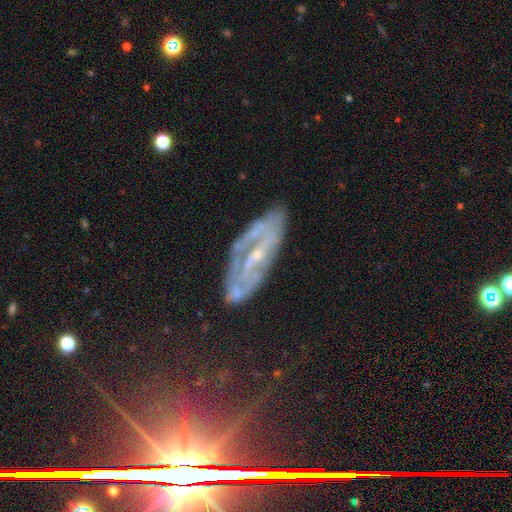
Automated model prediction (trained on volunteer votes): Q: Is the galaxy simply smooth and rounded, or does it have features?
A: featured or disk — 77%.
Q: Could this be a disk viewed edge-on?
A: no — 84%.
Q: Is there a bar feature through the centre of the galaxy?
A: weak — 41%.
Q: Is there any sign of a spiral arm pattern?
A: yes — 78%.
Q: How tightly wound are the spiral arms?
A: tight — 46%.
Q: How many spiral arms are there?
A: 2 — 51%.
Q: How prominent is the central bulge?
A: small — 69%.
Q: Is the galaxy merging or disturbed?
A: none — 71%.